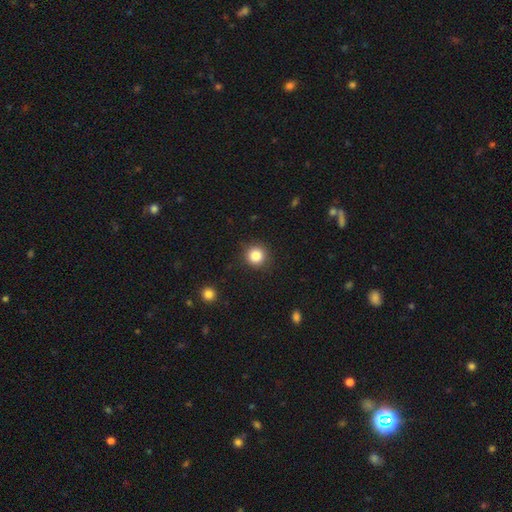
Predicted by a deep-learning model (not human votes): A smooth galaxy with no disk features (84%) that is round (94%). Merging: none (89%).